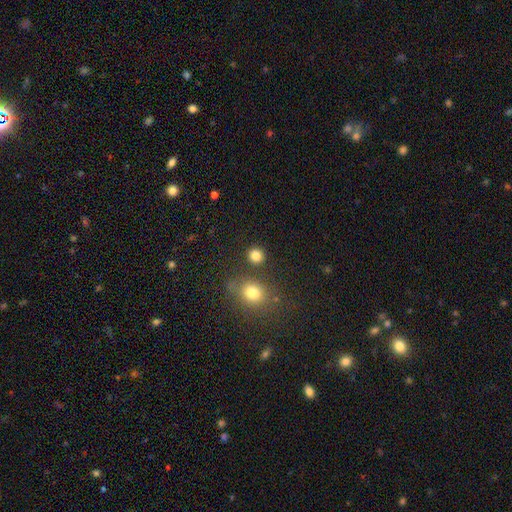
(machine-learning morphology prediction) A smooth galaxy with no disk features (83%) that is round (89%).

Vote fractions:
- Smooth or featured? smooth: 83% / star or artifact: 12% / featured or disk: 5%
- How rounded? round: 89% / in between: 10% / cigar-shaped: 1%
- Merging? none: 84% / minor disturbance: 7% / merger: 6% / major disturbance: 3%